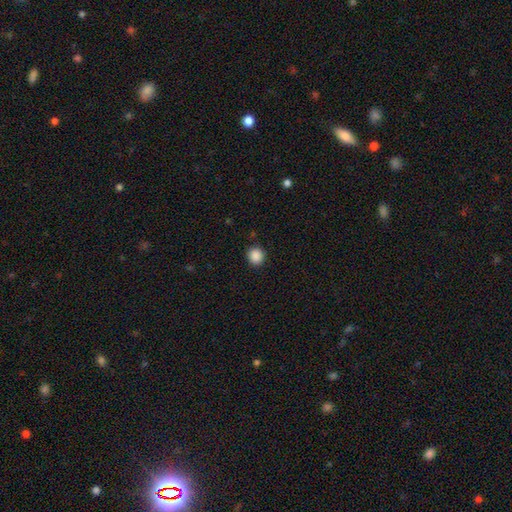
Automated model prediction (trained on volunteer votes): This appears to be a smooth galaxy with no disk features (88%) that is round (89%). Merging: none (90%).